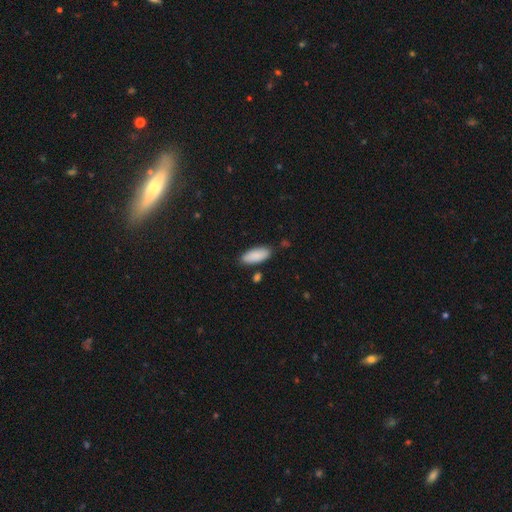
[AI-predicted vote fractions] The model was most divided on "how rounded": in between: 78%, cigar-shaped: 20%, round: 2%. More confident: smooth or featured — smooth (89%); merging — none (84%).